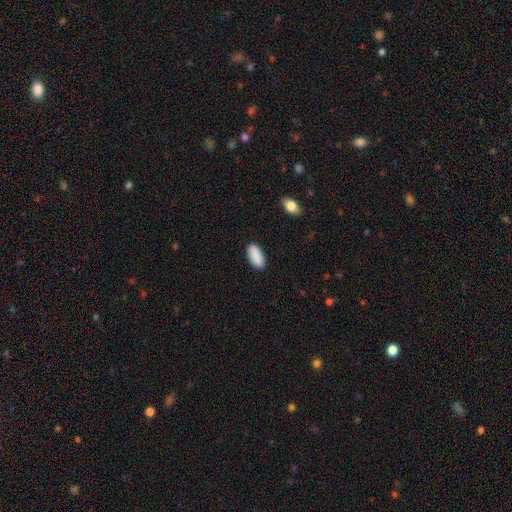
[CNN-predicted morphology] Smooth or featured?
  - smooth: 90% *
  - star or artifact: 6%
  - featured or disk: 4%
How rounded?
  - in between: 88% *
  - cigar-shaped: 10%
  - round: 2%
Merging?
  - none: 88% *
  - minor disturbance: 8%
  - major disturbance: 2%
  - merger: 1%